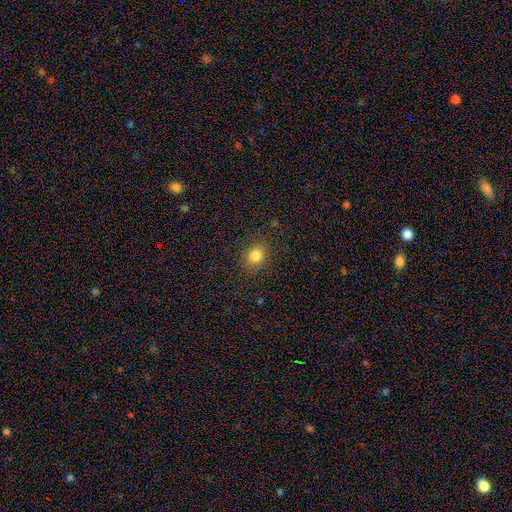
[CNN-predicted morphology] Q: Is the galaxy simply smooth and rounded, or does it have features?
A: smooth — 81%.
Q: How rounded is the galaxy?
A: round — 65%.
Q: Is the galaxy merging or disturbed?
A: none — 85%.